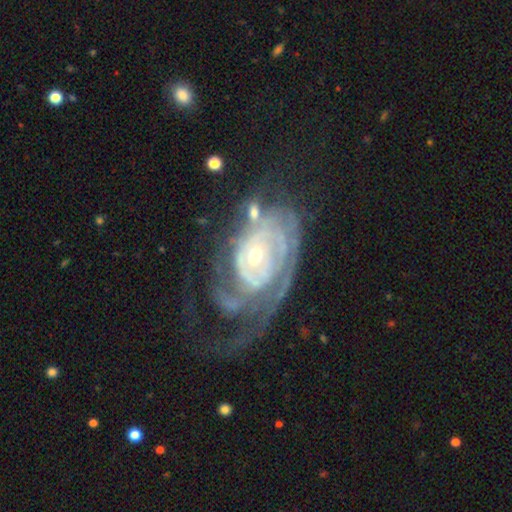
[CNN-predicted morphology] Q: Smooth or featured?
A: featured or disk (87%); runner-up: smooth (7%)
Q: Edge-on disk?
A: no (96%); runner-up: yes (4%)
Q: Bar?
A: no (72%); runner-up: weak (20%)
Q: Spiral arms?
A: yes (94%); runner-up: no (6%)
Q: Spiral winding?
A: tight (72%); runner-up: medium (21%)
Q: Spiral arm count?
A: can't tell (36%); runner-up: 2 (25%)
Q: Bulge size?
A: small (63%); runner-up: moderate (32%)
Q: Merging?
A: none (38%); runner-up: major disturbance (36%)